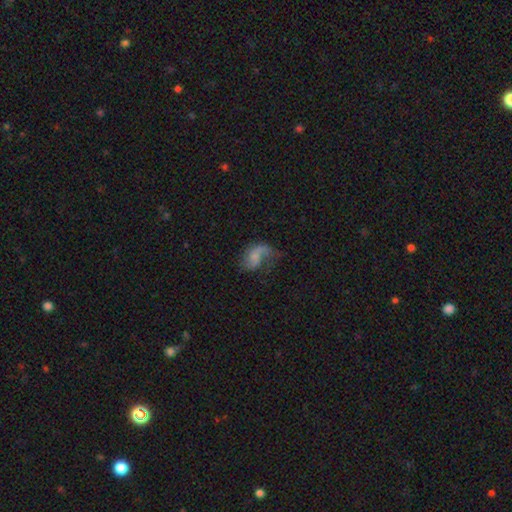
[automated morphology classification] The model was most divided on "bulge size": small: 42%, none: 32%, moderate: 19%, large: 4%, dominant: 2%. Remaining: edge-on disk — no (97%); spiral arms — yes (81%); bar — no (66%); smooth or featured — featured or disk (56%); merging — major disturbance (41%).